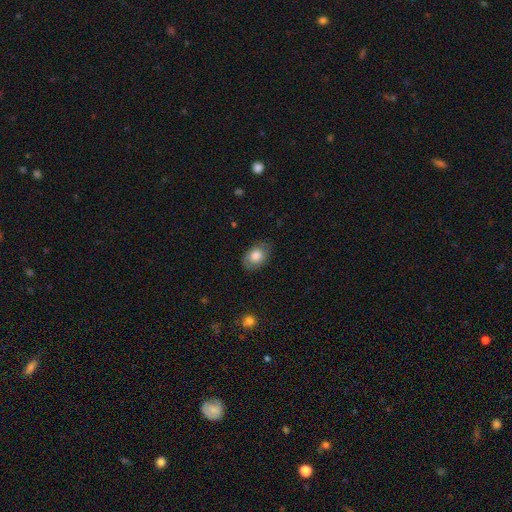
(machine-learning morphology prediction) smooth 76%, featured or disk 17%, star or artifact 7%. Down the decision tree: how rounded — in between (82%); merging — none (79%).